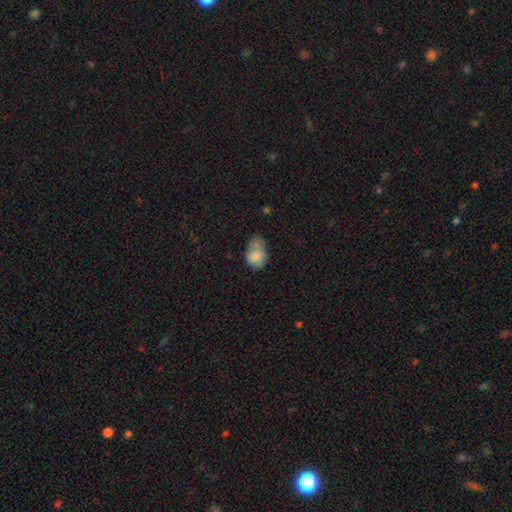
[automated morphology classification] This appears to be a smooth galaxy with no disk features (79%) that is in between round and cigar-shaped (68%). Merging: minor disturbance (35%).